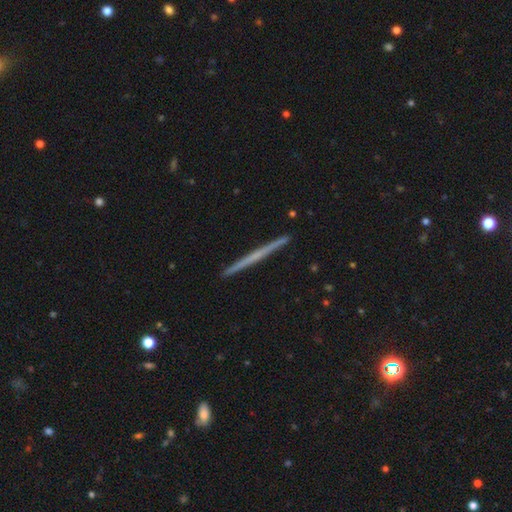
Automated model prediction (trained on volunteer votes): The model was most divided on "smooth or featured": featured or disk: 66%, smooth: 28%, star or artifact: 6%. More confident: edge-on disk — yes (98%); merging — none (93%); edge-on bulge — none (74%).